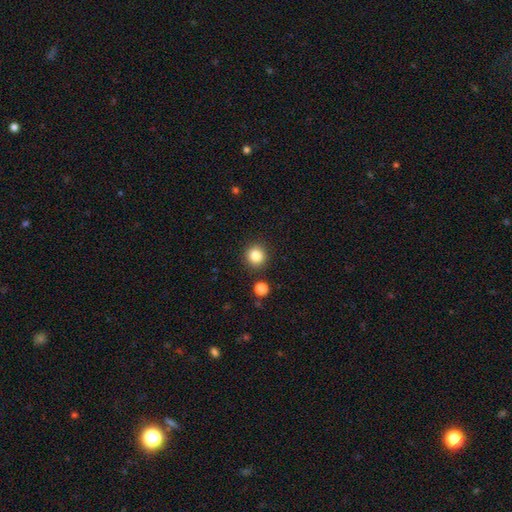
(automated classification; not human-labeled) The model was most divided on "smooth or featured": smooth: 84%, star or artifact: 11%, featured or disk: 5%. More confident: how rounded — round (93%); merging — none (89%).